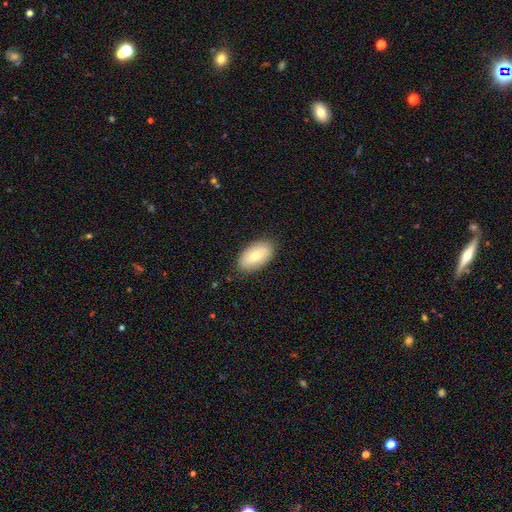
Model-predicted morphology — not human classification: Smooth or featured? smooth (72%)
How rounded? in between (94%)
Merging? none (86%)